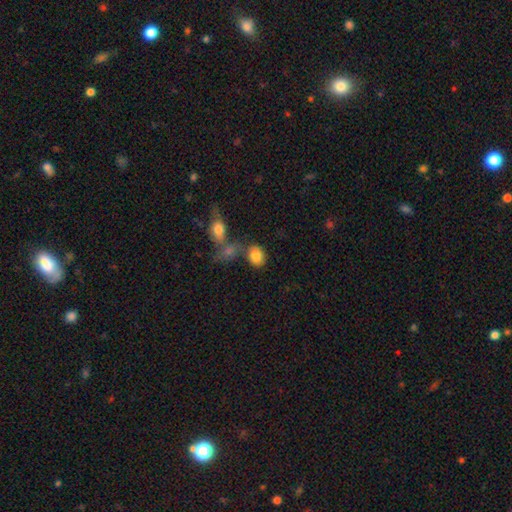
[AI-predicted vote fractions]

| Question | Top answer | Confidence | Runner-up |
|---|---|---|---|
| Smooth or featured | smooth | 83% | star or artifact (9%) |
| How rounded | in between | 52% | round (47%) |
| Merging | none | 55% | merger (27%) |